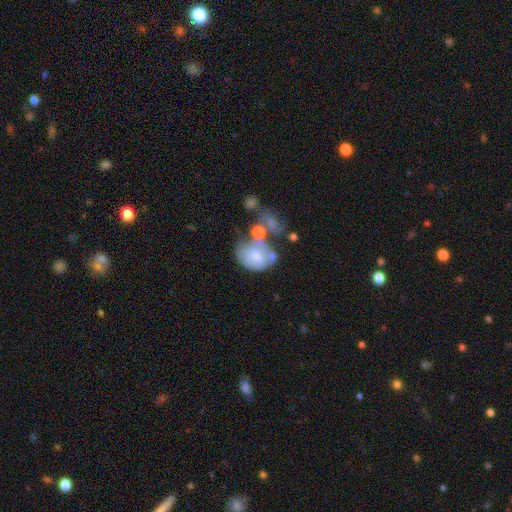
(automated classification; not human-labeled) Smooth or featured? Predicted: smooth (p=0.61). How rounded? Predicted: in between (p=0.52). Merging? Predicted: merger (p=0.34).